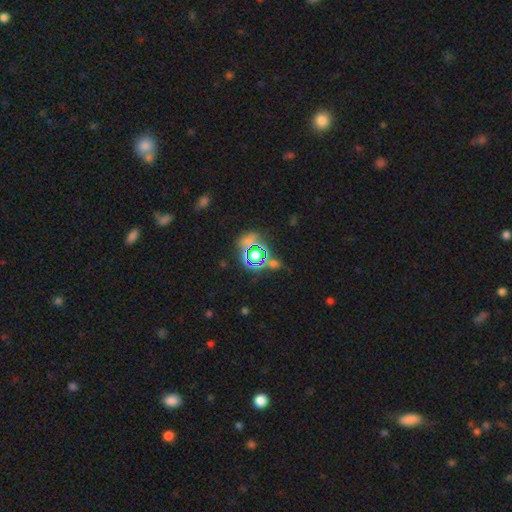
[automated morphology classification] Smooth or featured? star or artifact (69%)